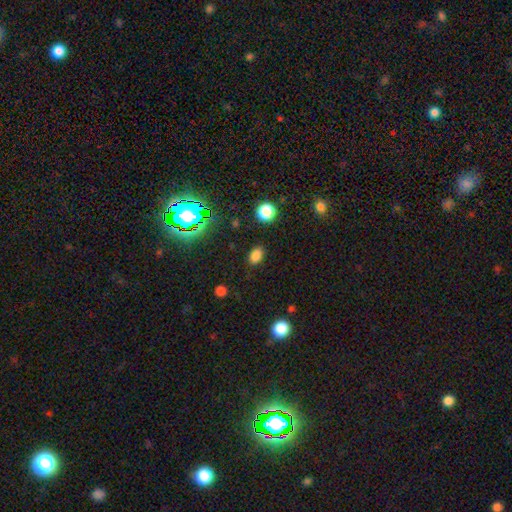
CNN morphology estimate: Smooth or featured: smooth — 77% (star or artifact — 18%)
How rounded: in between — 83% (round — 16%)
Merging: none — 85% (minor disturbance — 10%)